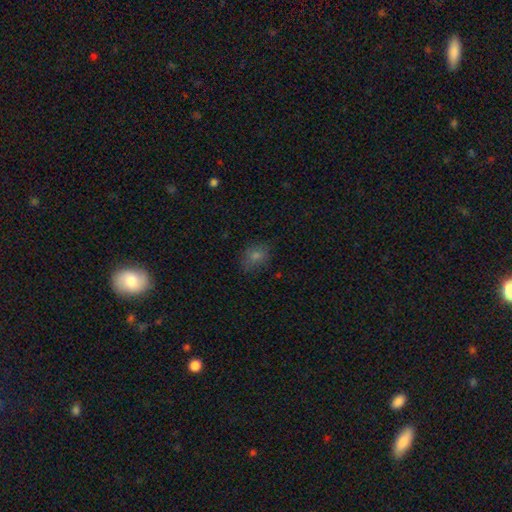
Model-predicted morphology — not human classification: Smooth or featured? smooth (67%)
How rounded? round (50%)
Merging? none (79%)